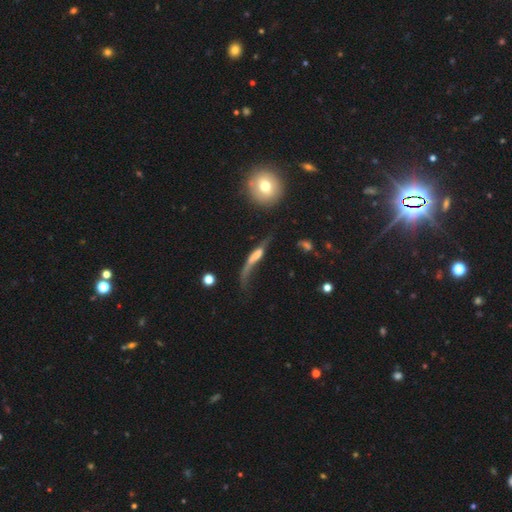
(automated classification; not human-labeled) Overall: featured or disk (54%; smooth 37%). Edge-on disk: no (51%; yes 49%). Merging: major disturbance (49%; none 23%).